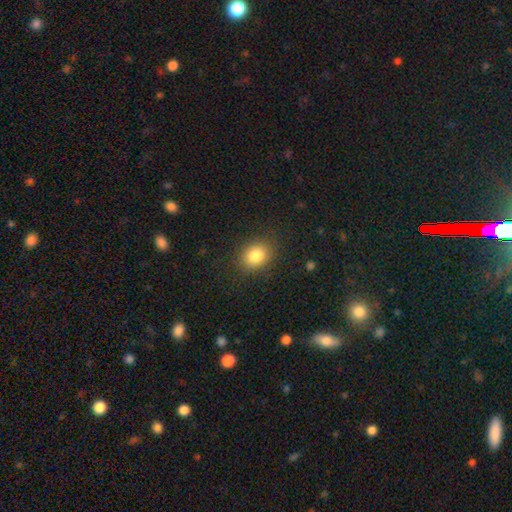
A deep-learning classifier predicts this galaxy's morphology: This is clearly a smooth galaxy (83%). How rounded: possibly round (52%). Merging: clearly none (87%).